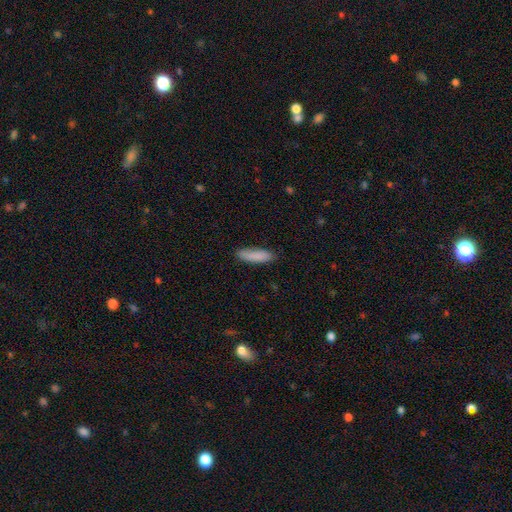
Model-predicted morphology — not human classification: This is clearly a smooth galaxy (87%). How rounded: likely cigar-shaped (68%). Merging: clearly none (84%).